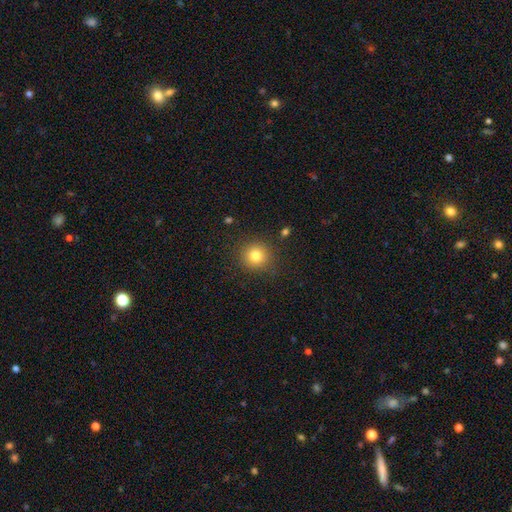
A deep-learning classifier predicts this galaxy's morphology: A smooth galaxy with no disk features (80%) that is round (93%). Merging: none (88%).